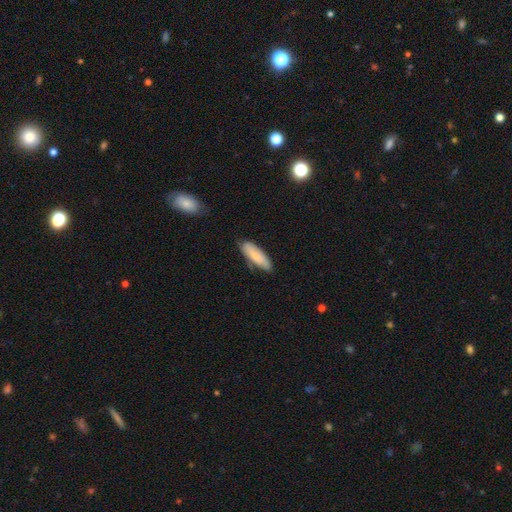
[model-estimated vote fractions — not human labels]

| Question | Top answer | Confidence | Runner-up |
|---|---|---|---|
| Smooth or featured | smooth | 77% | featured or disk (17%) |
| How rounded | in between | 61% | cigar-shaped (37%) |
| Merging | none | 72% | minor disturbance (22%) |